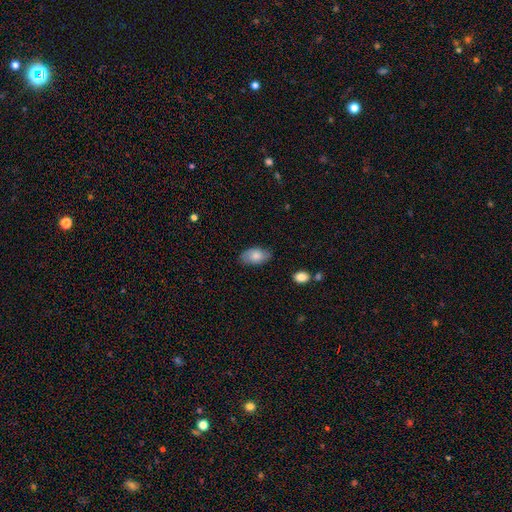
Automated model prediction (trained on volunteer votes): Q: Smooth or featured?
A: smooth (78%); runner-up: featured or disk (15%)
Q: How rounded?
A: in between (94%); runner-up: round (4%)
Q: Merging?
A: none (79%); runner-up: minor disturbance (17%)